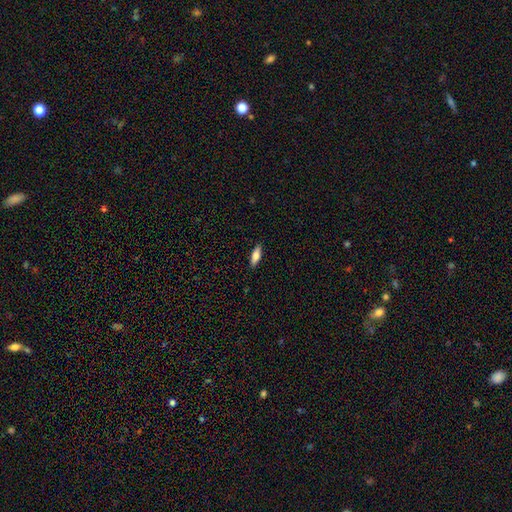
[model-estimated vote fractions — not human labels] Overall: smooth (73%). How rounded: in between (58%; cigar-shaped 40%). Merging: none (89%).